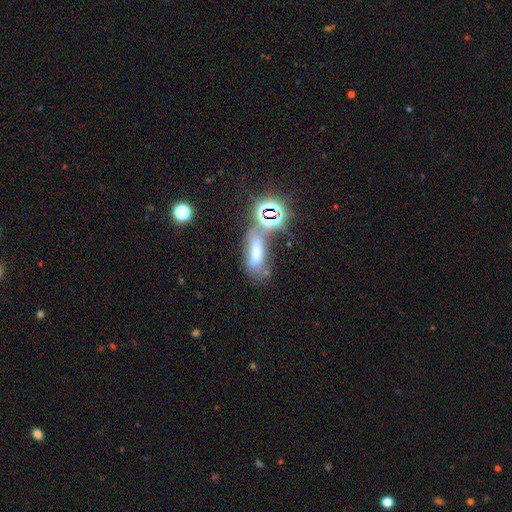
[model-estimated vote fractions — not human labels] smooth_or_featured: smooth (p=0.44) [alt: star or artifact p=0.33]
merging: none (p=0.36) [alt: merger p=0.31]